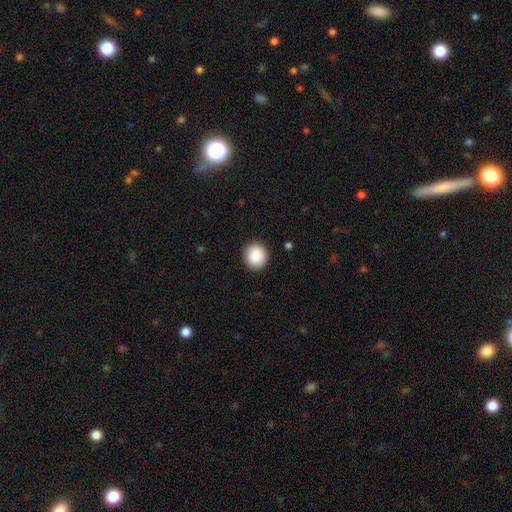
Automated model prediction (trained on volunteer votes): Smooth or featured?
  - smooth: 89% *
  - star or artifact: 8%
  - featured or disk: 3%
How rounded?
  - round: 83% *
  - in between: 16%
  - cigar-shaped: 1%
Merging?
  - none: 90% *
  - minor disturbance: 7%
  - major disturbance: 2%
  - merger: 1%